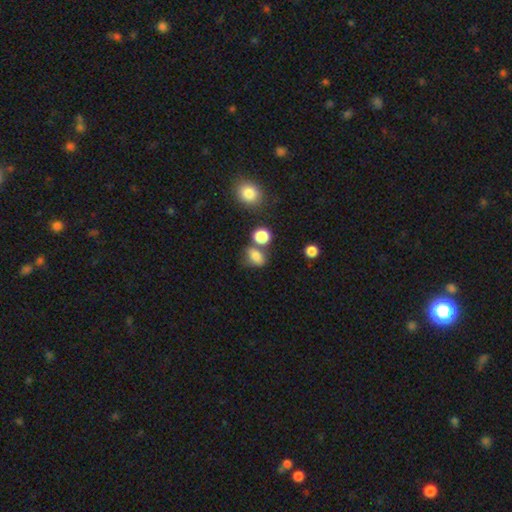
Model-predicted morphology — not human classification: smooth-or-featured: smooth: 81% | star or artifact: 12% | featured or disk: 7%
  how-rounded: in between: 67% | round: 31% | cigar-shaped: 2%
  merging: none: 54% | merger: 24% | minor disturbance: 16% | major disturbance: 6%